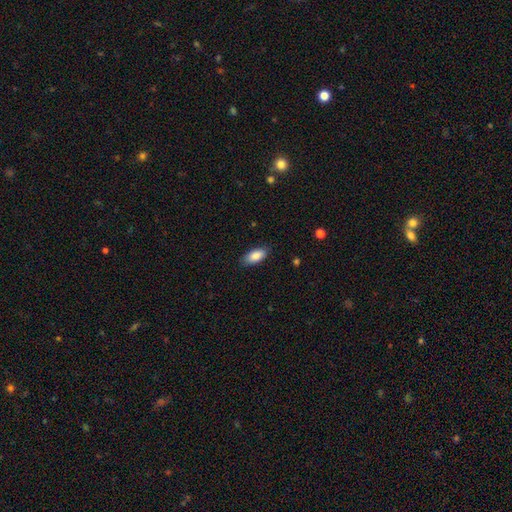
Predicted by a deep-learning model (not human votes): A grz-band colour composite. It shows a smooth galaxy with no disk features (87%) that is in between round and cigar-shaped (89%). Merging: none (85%).